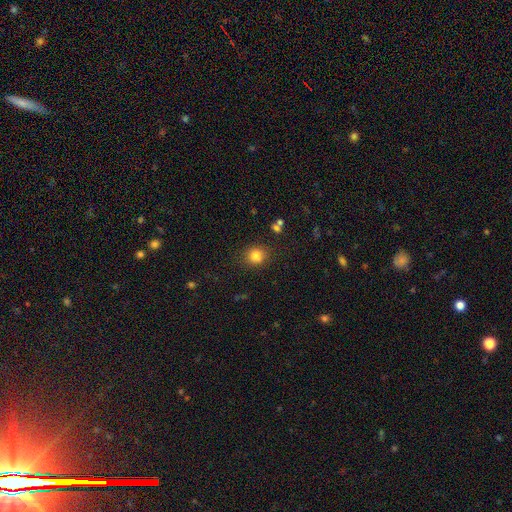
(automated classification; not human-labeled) This appears to be a smooth galaxy with no disk features (82%) that is round (81%). Merging: none (82%).